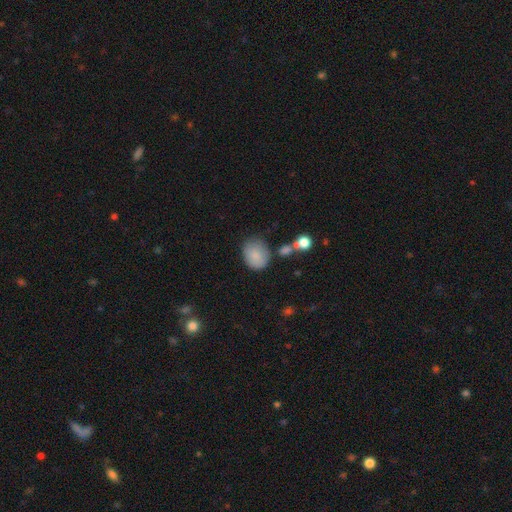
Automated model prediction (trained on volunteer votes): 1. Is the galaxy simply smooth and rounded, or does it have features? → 83% smooth, 10% featured or disk, 8% star or artifact.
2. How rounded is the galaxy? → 57% round, 42% in between, 1% cigar-shaped.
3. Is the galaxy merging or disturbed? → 65% none, 21% minor disturbance, 7% merger, 6% major disturbance.